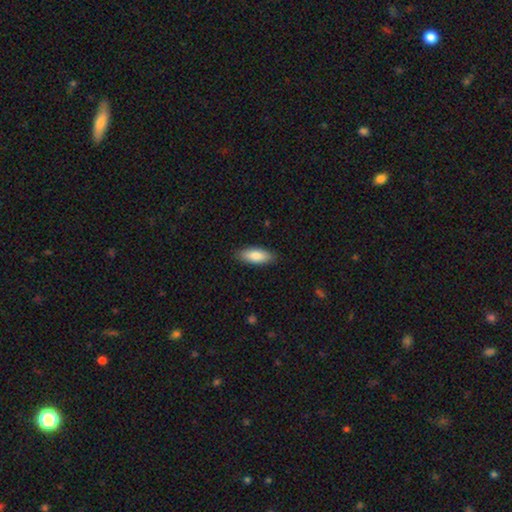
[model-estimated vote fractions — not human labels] Smooth or featured?
  - smooth: 84% *
  - featured or disk: 10%
  - star or artifact: 6%
How rounded?
  - in between: 75% *
  - cigar-shaped: 24%
  - round: 2%
Merging?
  - none: 87% *
  - minor disturbance: 10%
  - major disturbance: 2%
  - merger: 1%